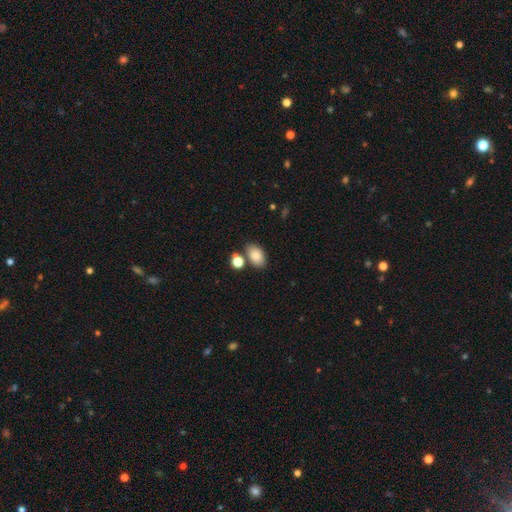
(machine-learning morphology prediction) This appears to be a smooth galaxy with no disk features (83%) that is in between round and cigar-shaped (88%). Merging: none (72%).